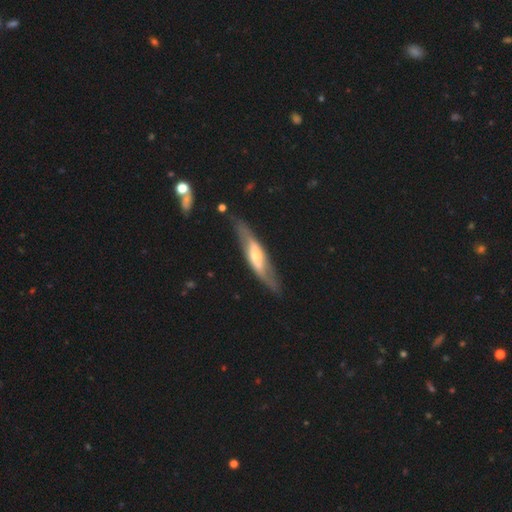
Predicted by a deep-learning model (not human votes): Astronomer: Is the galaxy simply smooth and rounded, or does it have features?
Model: featured or disk — 66%.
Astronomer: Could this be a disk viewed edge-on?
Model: yes — 54% (runner-up: no, 46%).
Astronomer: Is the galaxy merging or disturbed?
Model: none — 76%.